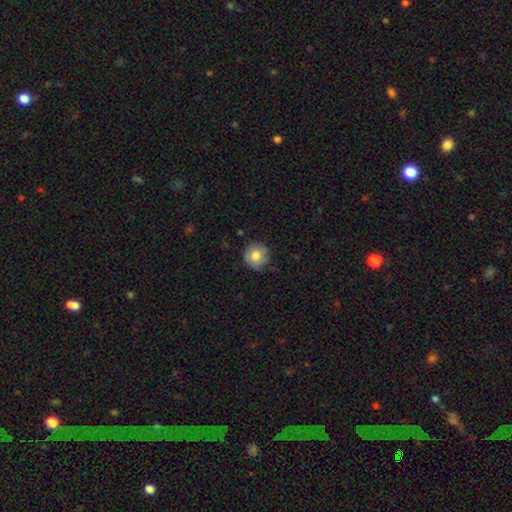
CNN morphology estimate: A smooth galaxy with no disk features (78%) that is round (93%). Merging: none (80%).